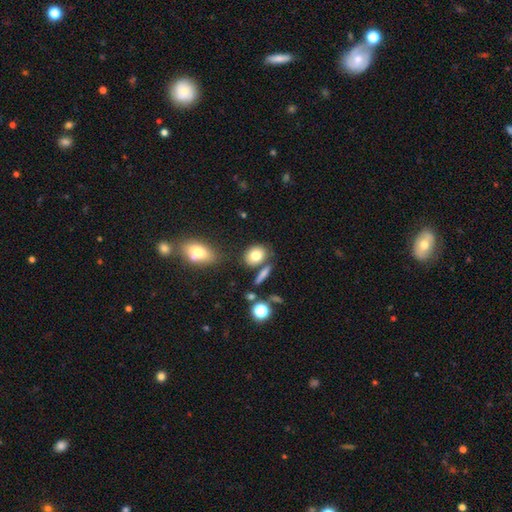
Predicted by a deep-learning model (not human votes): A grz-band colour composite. It shows a smooth galaxy with no disk features (79%) that is in between round and cigar-shaped (55%). Merging: none (70%).